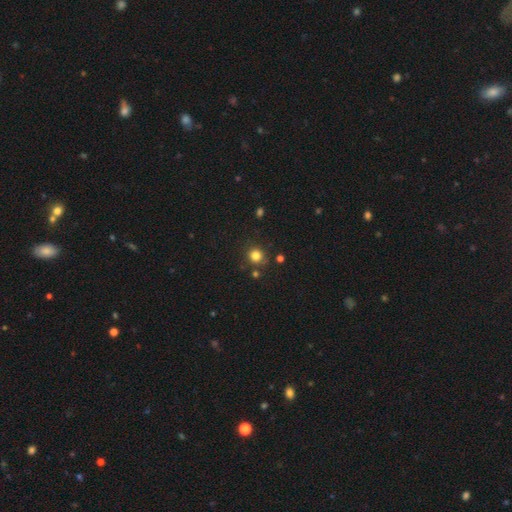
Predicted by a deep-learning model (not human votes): A smooth galaxy with no disk features (81%) that is round (90%).

Vote fractions:
- Smooth or featured? smooth: 81% / star or artifact: 14% / featured or disk: 5%
- How rounded? round: 90% / in between: 9% / cigar-shaped: 1%
- Merging? none: 81% / minor disturbance: 10% / merger: 6% / major disturbance: 3%